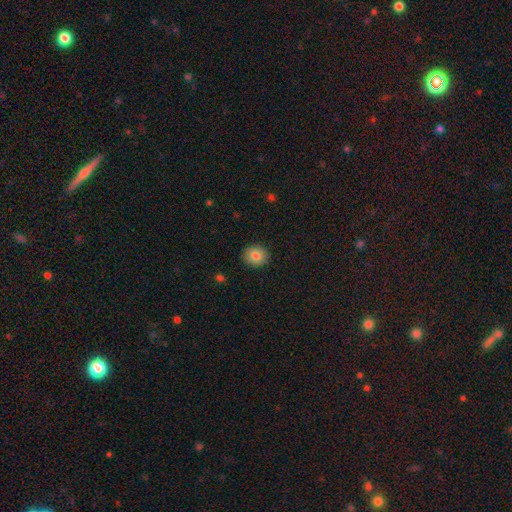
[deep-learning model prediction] Smooth or featured: smooth — 81% (featured or disk — 11%)
How rounded: round — 80% (in between — 19%)
Merging: none — 90% (minor disturbance — 7%)